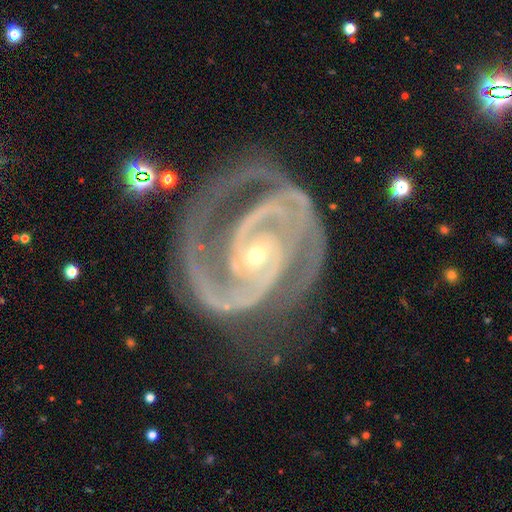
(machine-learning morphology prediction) A featured or disk galaxy (93%) with no bar (55%), 2 (82%) tight (59%) spiral arms (99%) and a small central bulge (75%).

Vote fractions:
- Smooth or featured? featured or disk: 93% / star or artifact: 5% / smooth: 2%
- Edge-on disk? no: 98% / yes: 2%
- Bar? no: 55% / weak: 25% / strong: 20%
- Spiral arms? yes: 99% / no: 1%
- Spiral winding? tight: 59% / medium: 37% / loose: 4%
- Spiral arm count? 2: 82% / 3: 8% / can't tell: 3% / 1: 2% / 4: 2% / more than 4: 2%
- Bulge size? small: 75% / moderate: 22% / large: 1% / none: 1% / dominant: 1%
- Merging? none: 63% / minor disturbance: 21% / major disturbance: 13% / merger: 3%